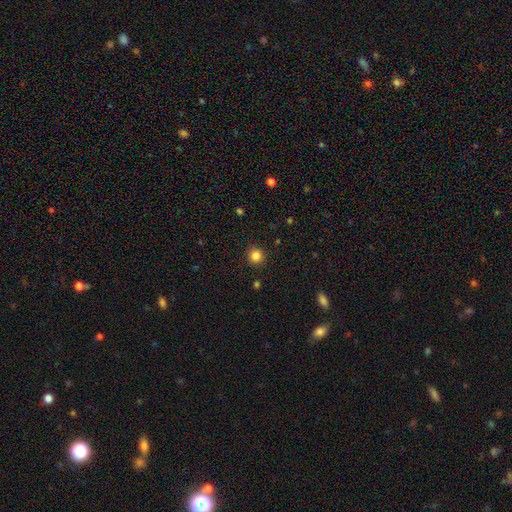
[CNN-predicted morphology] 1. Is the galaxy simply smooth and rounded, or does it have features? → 84% smooth, 12% star or artifact, 4% featured or disk.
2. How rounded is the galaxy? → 94% round, 5% in between, 1% cigar-shaped.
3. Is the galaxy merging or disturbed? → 91% none, 6% minor disturbance, 2% major disturbance, 1% merger.